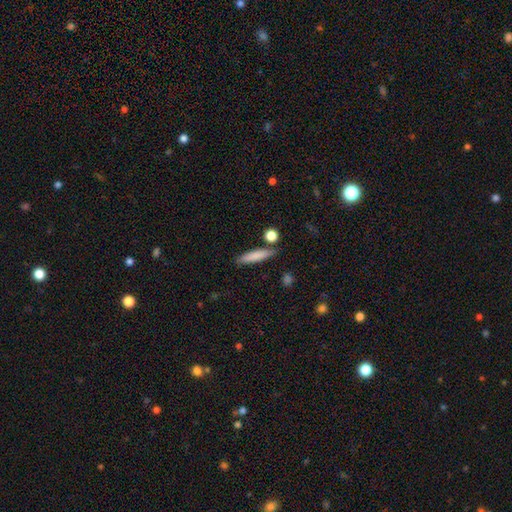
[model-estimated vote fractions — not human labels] Smooth or featured? smooth (80%)
How rounded? cigar-shaped (82%)
Merging? none (80%)